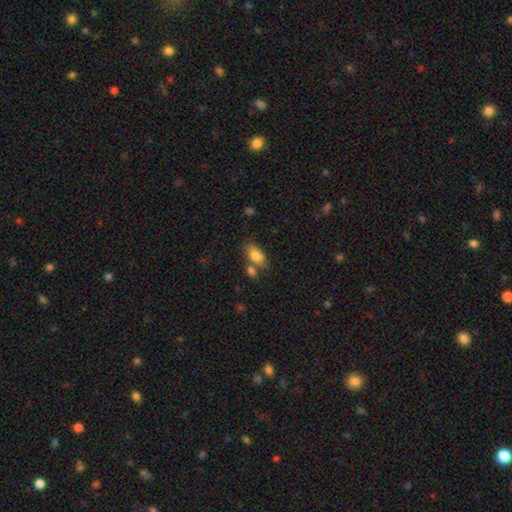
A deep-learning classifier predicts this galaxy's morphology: Smooth or featured? Predicted: smooth (p=0.80). How rounded? Predicted: in between (p=0.90). Merging? Predicted: none (p=0.57).